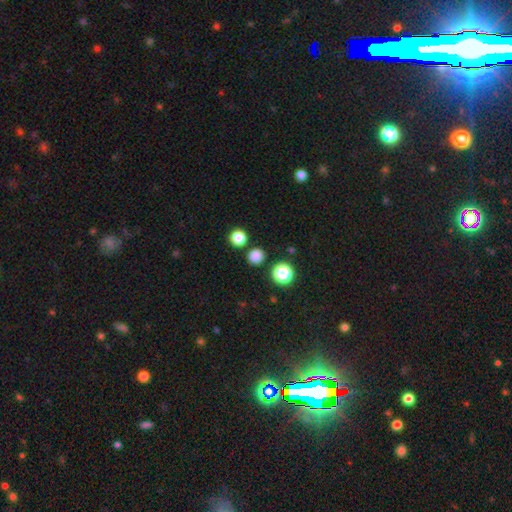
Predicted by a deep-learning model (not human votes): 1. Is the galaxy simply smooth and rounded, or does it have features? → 80% smooth, 16% star or artifact, 3% featured or disk.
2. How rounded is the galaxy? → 92% round, 7% in between, 1% cigar-shaped.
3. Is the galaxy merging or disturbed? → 86% none, 6% minor disturbance, 5% merger, 2% major disturbance.